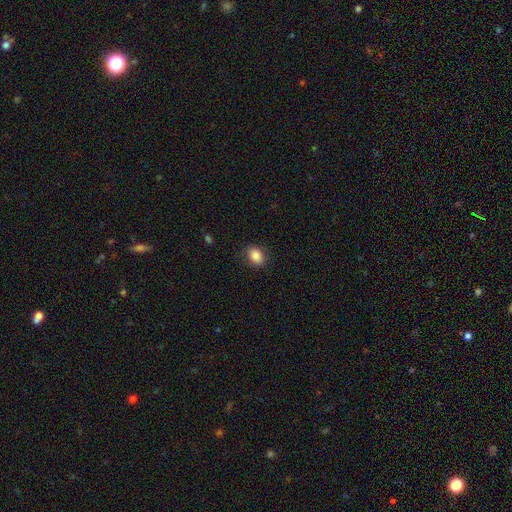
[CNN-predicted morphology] Q: Smooth or featured?
A: smooth (85%); runner-up: star or artifact (9%)
Q: How rounded?
A: in between (66%); runner-up: round (32%)
Q: Merging?
A: none (82%); runner-up: minor disturbance (14%)